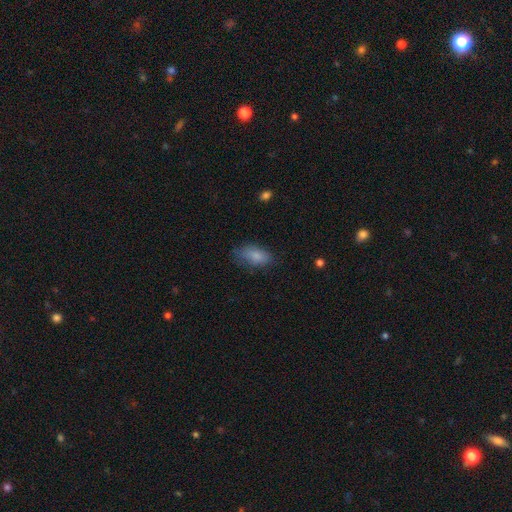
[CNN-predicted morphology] smooth-or-featured: smooth: 84% | featured or disk: 8% | star or artifact: 8%
  how-rounded: in between: 90% | cigar-shaped: 6% | round: 5%
  merging: none: 71% | minor disturbance: 21% | major disturbance: 6% | merger: 1%